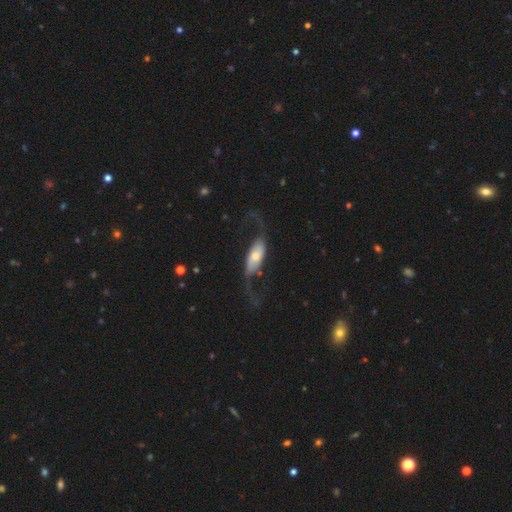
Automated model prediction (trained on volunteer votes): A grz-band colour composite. It shows a featured or disk galaxy (65%) with no bar (58%), spiral arms (81%) and a moderate central bulge (48%). Merging: none (49%).